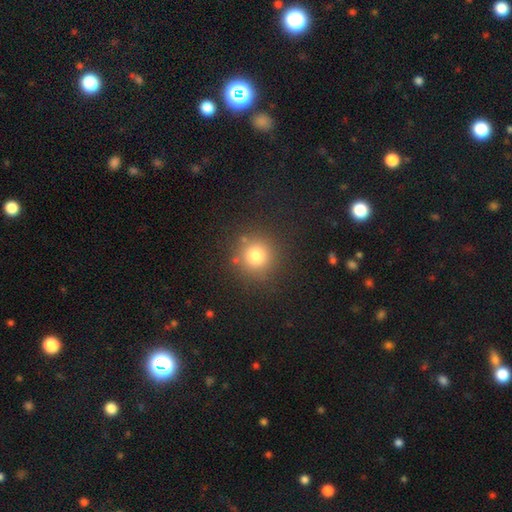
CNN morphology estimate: Smooth or featured: smooth — 79% (star or artifact — 14%)
How rounded: round — 93% (in between — 6%)
Merging: none — 85% (minor disturbance — 8%)